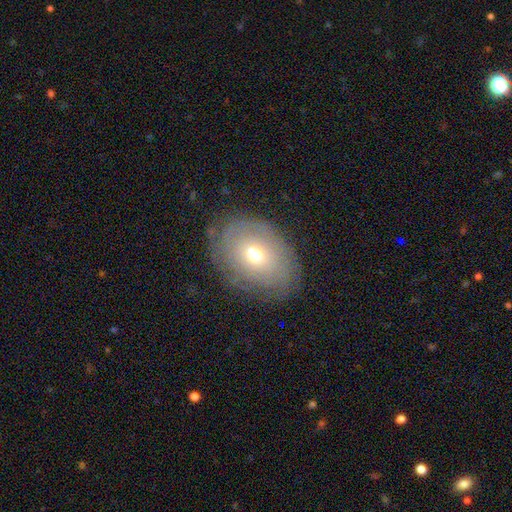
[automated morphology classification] Smooth or featured: smooth — 51% (featured or disk — 37%)
How rounded: in between — 72% (round — 27%)
Merging: none — 77% (minor disturbance — 16%)